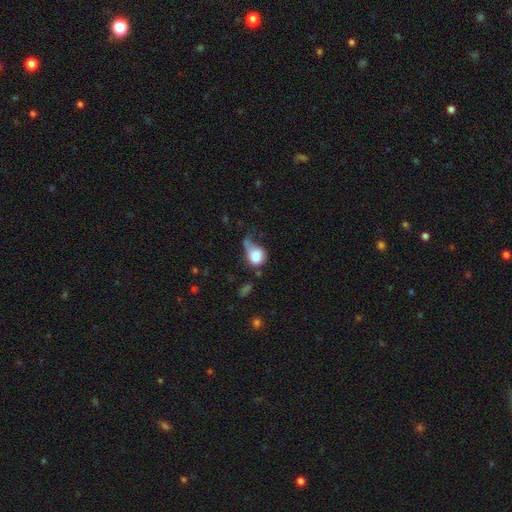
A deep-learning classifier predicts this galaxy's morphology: Overall: smooth (78%). How rounded: round (50%; in between 49%). Merging: major disturbance (34%; minor disturbance 27%).